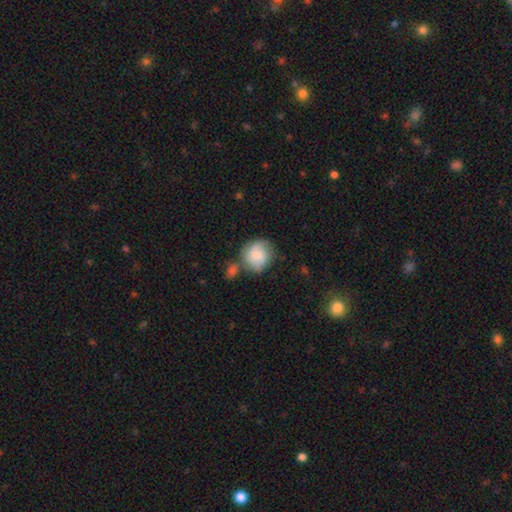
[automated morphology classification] Overall: smooth (66%; featured or disk 27%). How rounded: round (80%). Merging: none (50%; minor disturbance 22%).